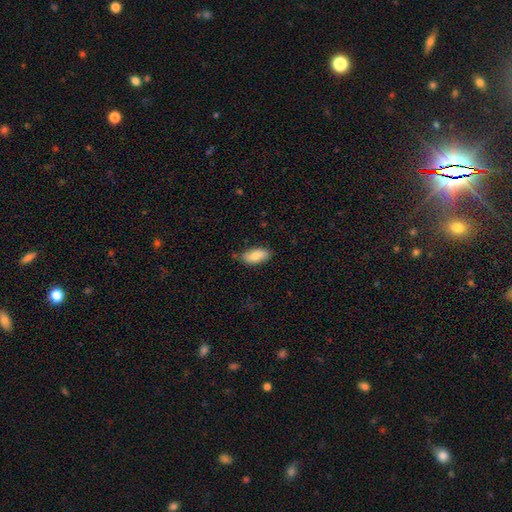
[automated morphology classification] Overall: smooth (82%). How rounded: in between (90%). Merging: none (74%).